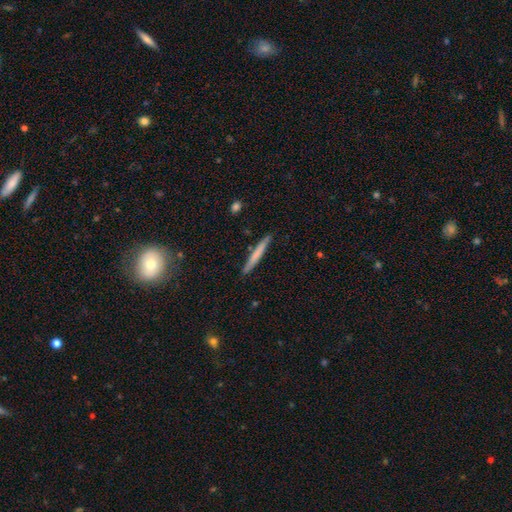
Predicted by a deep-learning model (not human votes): Overall: smooth (65%; featured or disk 30%). How rounded: cigar-shaped (96%). Merging: none (87%).